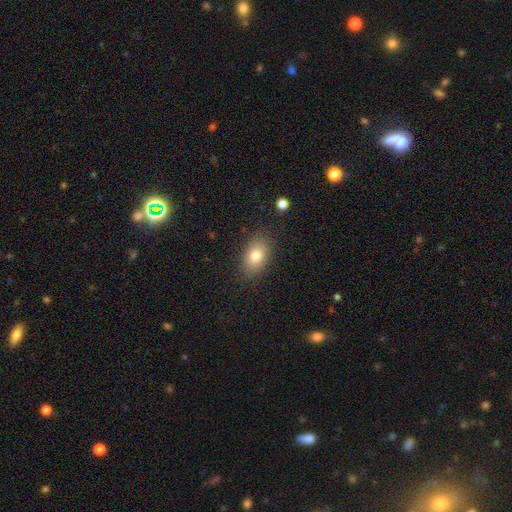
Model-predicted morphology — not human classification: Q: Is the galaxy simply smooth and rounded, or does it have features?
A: smooth — 77%.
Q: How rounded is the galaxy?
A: in between — 83%.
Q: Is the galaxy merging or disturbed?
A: none — 86%.